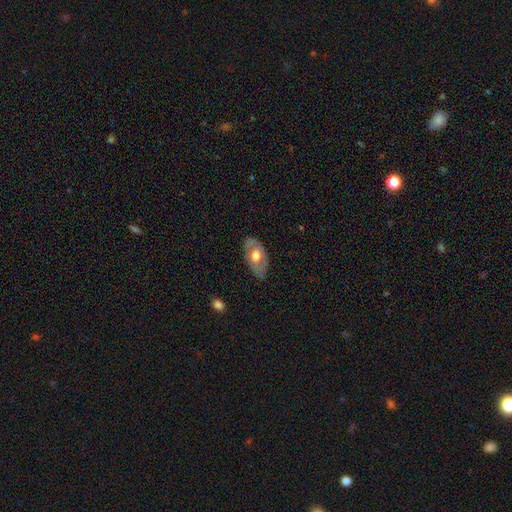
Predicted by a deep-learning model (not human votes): Smooth or featured: featured or disk — 50% (smooth — 44%)
Merging: none — 67% (minor disturbance — 26%)